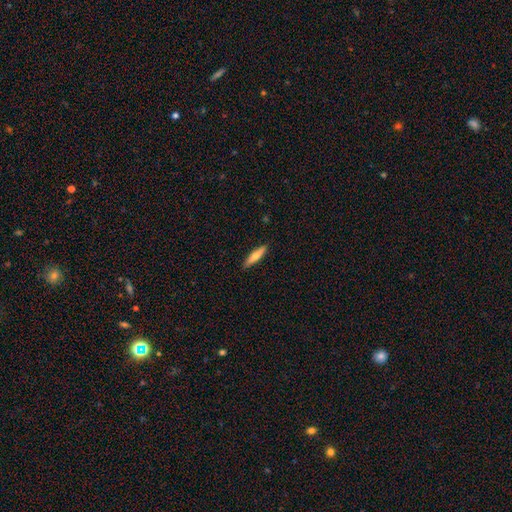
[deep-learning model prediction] Q: Smooth or featured?
A: smooth (62%); runner-up: featured or disk (32%)
Q: How rounded?
A: cigar-shaped (81%); runner-up: in between (18%)
Q: Merging?
A: none (89%); runner-up: minor disturbance (8%)